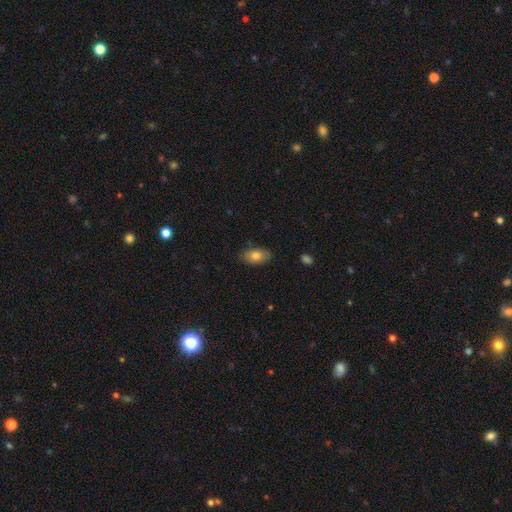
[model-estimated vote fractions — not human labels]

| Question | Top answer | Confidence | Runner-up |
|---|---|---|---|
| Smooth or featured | smooth | 76% | featured or disk (16%) |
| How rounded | in between | 91% | round (6%) |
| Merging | none | 84% | minor disturbance (13%) |